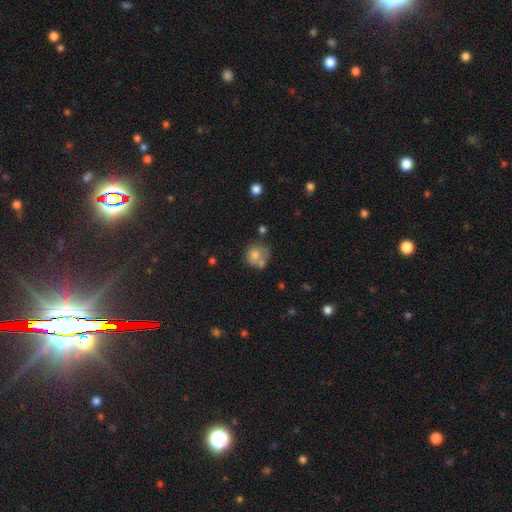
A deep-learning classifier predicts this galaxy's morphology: smooth 74%, featured or disk 16%, star or artifact 10%. Down the decision tree: how rounded — round (80%); merging — none (48%).